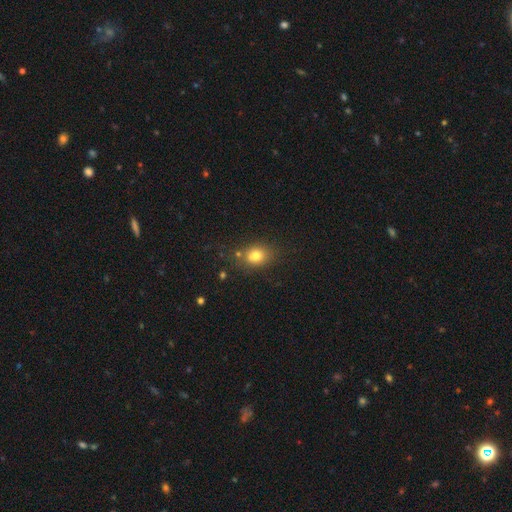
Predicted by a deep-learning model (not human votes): smooth-or-featured: smooth: 78% | star or artifact: 12% | featured or disk: 10%
  how-rounded: round: 50% | in between: 49% | cigar-shaped: 1%
  merging: none: 70% | minor disturbance: 15% | merger: 10% | major disturbance: 5%